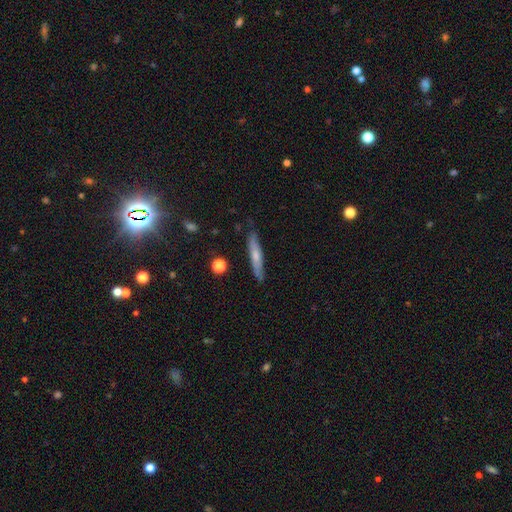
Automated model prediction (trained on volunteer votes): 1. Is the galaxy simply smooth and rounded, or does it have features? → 55% smooth, 38% featured or disk, 6% star or artifact.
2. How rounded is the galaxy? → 90% cigar-shaped, 8% in between, 2% round.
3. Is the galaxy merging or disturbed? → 82% none, 13% minor disturbance, 2% major disturbance, 2% merger.